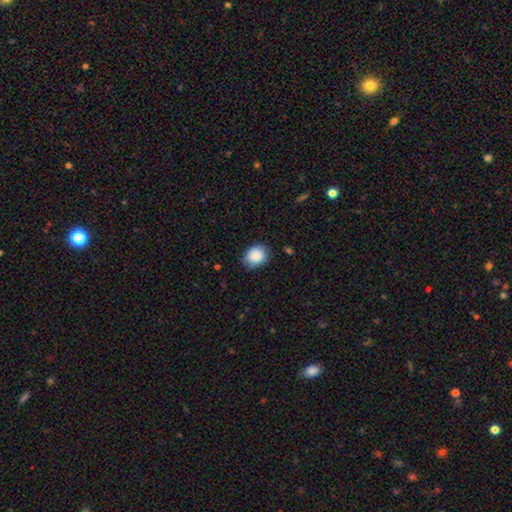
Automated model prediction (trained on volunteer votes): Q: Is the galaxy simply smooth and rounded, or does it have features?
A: smooth — 89%.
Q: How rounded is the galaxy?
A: round — 51%.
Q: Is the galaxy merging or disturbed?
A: none — 80%.